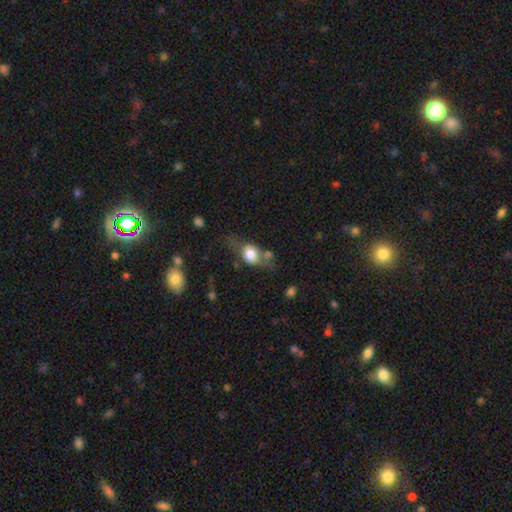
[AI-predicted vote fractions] smooth 67%, featured or disk 23%, star or artifact 10%. Down the decision tree: how rounded — in between (62%); merging — none (53%).